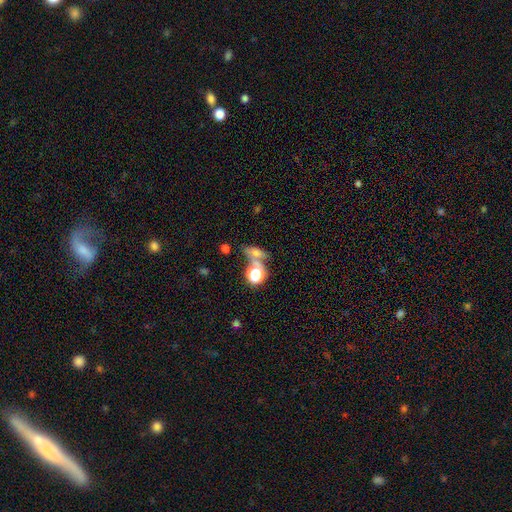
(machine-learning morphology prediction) Q: Smooth or featured?
A: smooth (57%); runner-up: star or artifact (26%)
Q: How rounded?
A: in between (50%); runner-up: round (28%)
Q: Merging?
A: none (51%); runner-up: merger (27%)